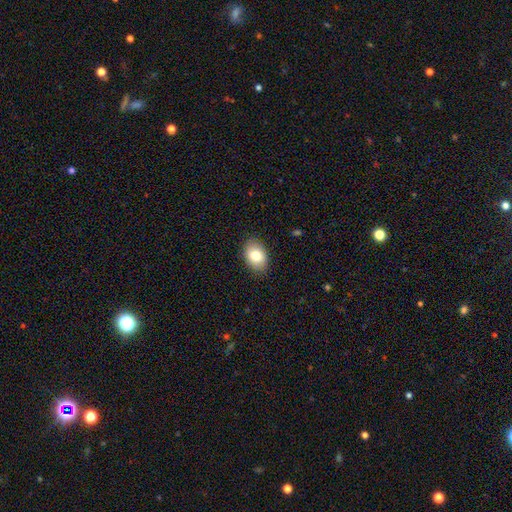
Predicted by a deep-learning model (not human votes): Smooth or featured?
  - smooth: 81% *
  - featured or disk: 11%
  - star or artifact: 8%
How rounded?
  - in between: 82% *
  - round: 17%
  - cigar-shaped: 1%
Merging?
  - none: 87% *
  - minor disturbance: 10%
  - major disturbance: 2%
  - merger: 1%